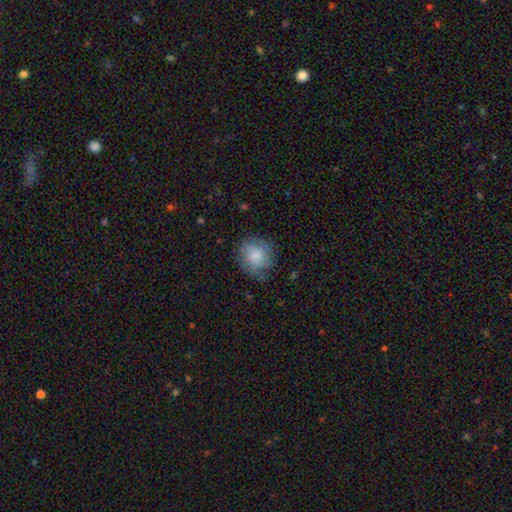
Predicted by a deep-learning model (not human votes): Smooth or featured: smooth — 71% (featured or disk — 21%)
How rounded: round — 87% (in between — 12%)
Merging: none — 72% (minor disturbance — 19%)